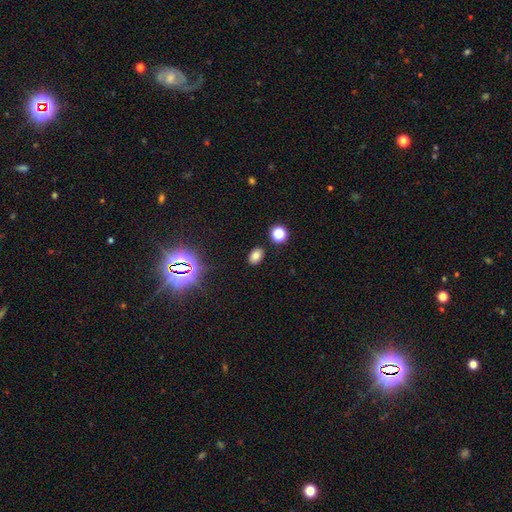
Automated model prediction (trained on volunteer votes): A smooth galaxy with no disk features (77%) that is in between round and cigar-shaped (81%). Merging: none (87%).